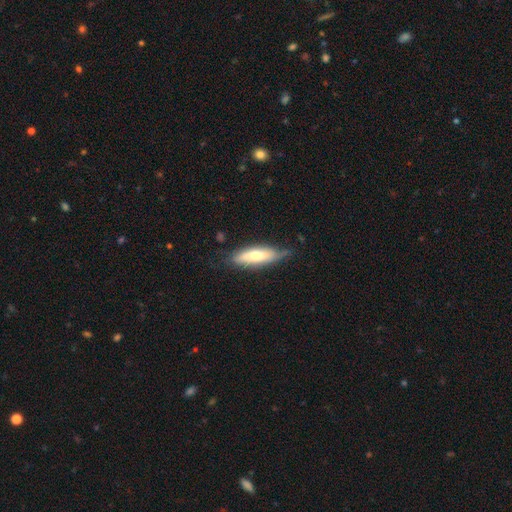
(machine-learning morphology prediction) The model was most divided on "how rounded": cigar-shaped: 53%, in between: 45%, round: 2%. More confident: merging — none (63%); smooth or featured — smooth (61%).